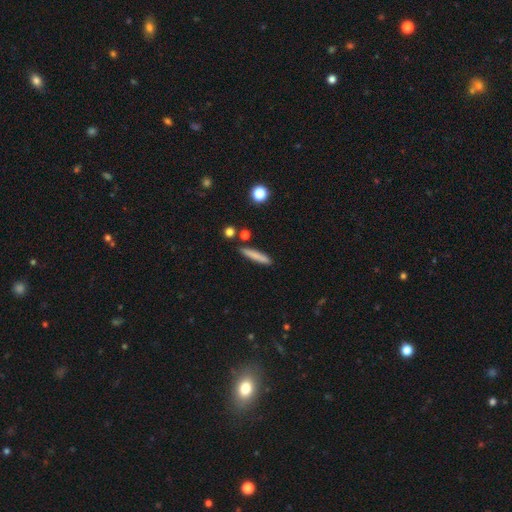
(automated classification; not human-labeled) Q: Smooth or featured?
A: smooth (78%); runner-up: featured or disk (14%)
Q: How rounded?
A: cigar-shaped (91%); runner-up: in between (7%)
Q: Merging?
A: none (84%); runner-up: minor disturbance (9%)